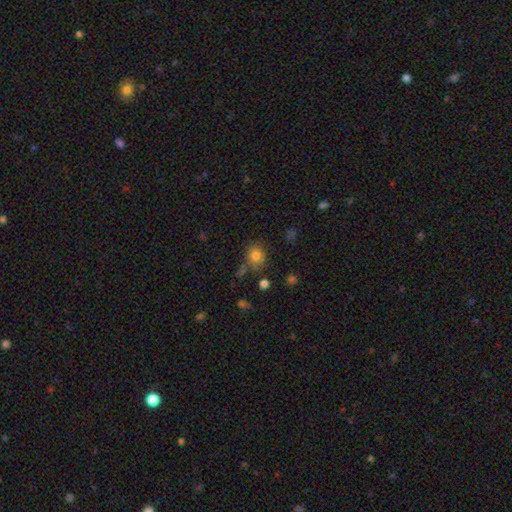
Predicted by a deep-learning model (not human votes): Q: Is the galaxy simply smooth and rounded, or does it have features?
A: smooth — 79%.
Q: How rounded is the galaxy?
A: round — 71%.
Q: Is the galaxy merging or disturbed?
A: none — 71%.